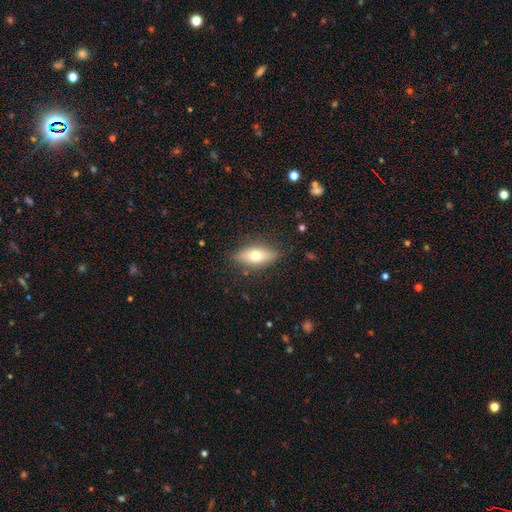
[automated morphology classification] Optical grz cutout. It shows a smooth galaxy with no disk features (61%) that is in between round and cigar-shaped (74%). Merging: none (82%).